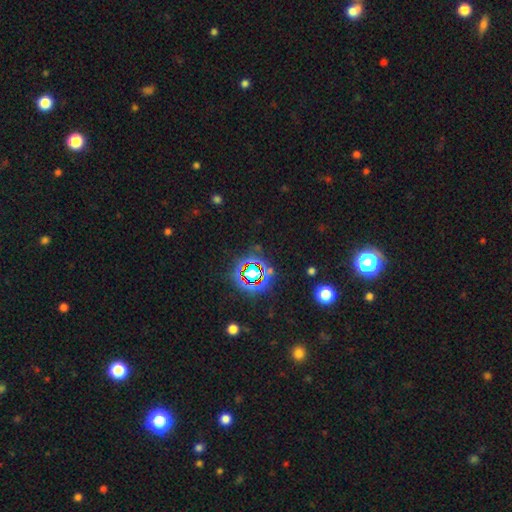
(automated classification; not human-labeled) A star or artifact, not a galaxy (77%).